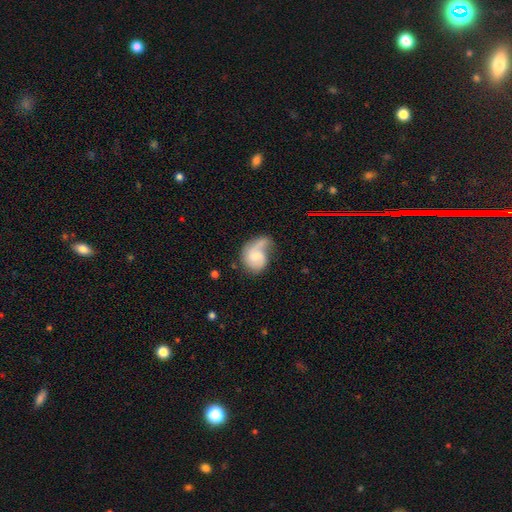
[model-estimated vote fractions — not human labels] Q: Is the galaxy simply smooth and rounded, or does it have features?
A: featured or disk — 52%.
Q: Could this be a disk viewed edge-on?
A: no — 97%.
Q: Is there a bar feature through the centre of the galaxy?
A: no — 61%.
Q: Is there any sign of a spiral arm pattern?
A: yes — 81%.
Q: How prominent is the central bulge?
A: small — 44%.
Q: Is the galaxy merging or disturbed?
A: major disturbance — 33%.